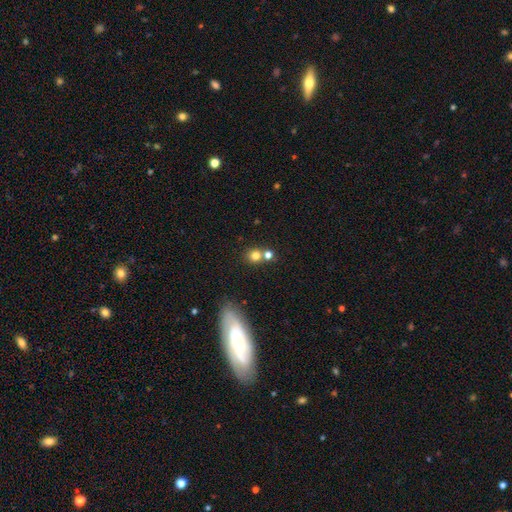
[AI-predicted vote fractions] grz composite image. It shows a smooth galaxy with no disk features (76%) that is round (82%). Merging: none (57%).